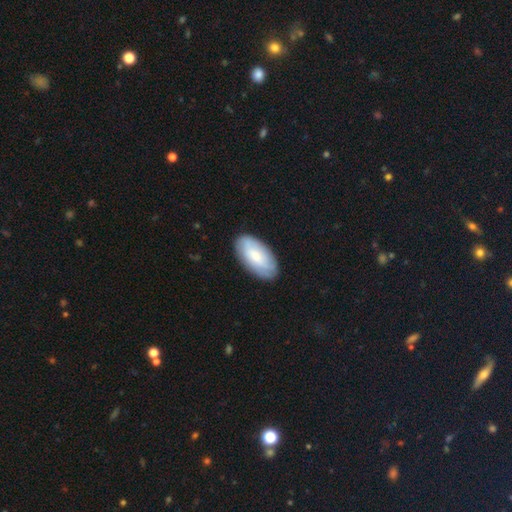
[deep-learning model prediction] A smooth galaxy with no disk features (66%) that is in between round and cigar-shaped (94%). Merging: none (85%).